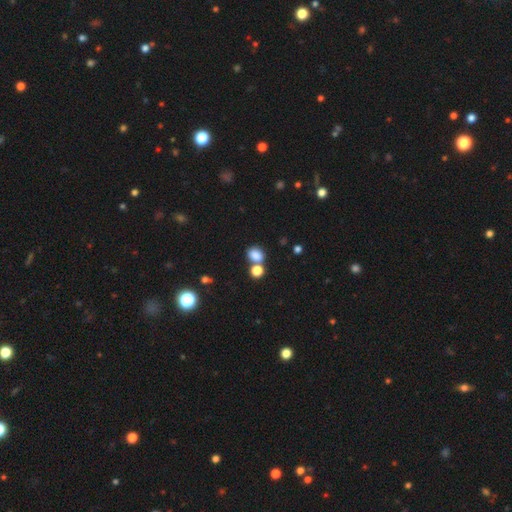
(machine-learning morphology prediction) This is clearly a smooth galaxy (81%). How rounded: possibly in between (53%). Merging: possibly none (52%).